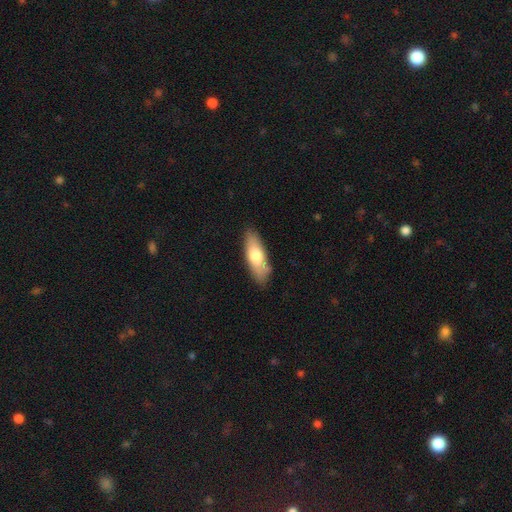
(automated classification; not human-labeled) Smooth or featured? Predicted: smooth (p=0.71). How rounded? Predicted: in between (p=0.62). Merging? Predicted: none (p=0.80).